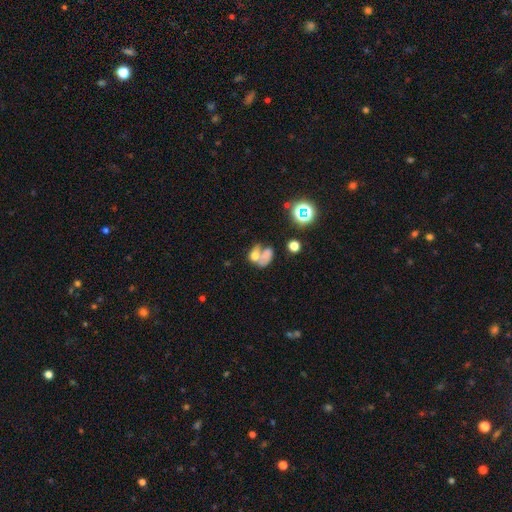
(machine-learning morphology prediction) Smooth or featured? Predicted: smooth (p=0.58). How rounded? Predicted: in between (p=0.64). Merging? Predicted: merger (p=0.57).